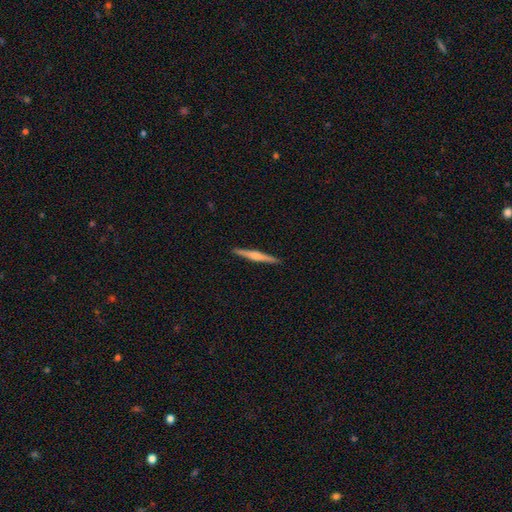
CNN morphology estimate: smooth_or_featured: featured or disk (p=0.58) [alt: smooth p=0.37]
disk_edge_on: yes (p=0.98) [alt: no p=0.02]
edge_on_bulge: rounded (p=0.62) [alt: none p=0.21]
merging: none (p=0.92) [alt: minor disturbance p=0.05]